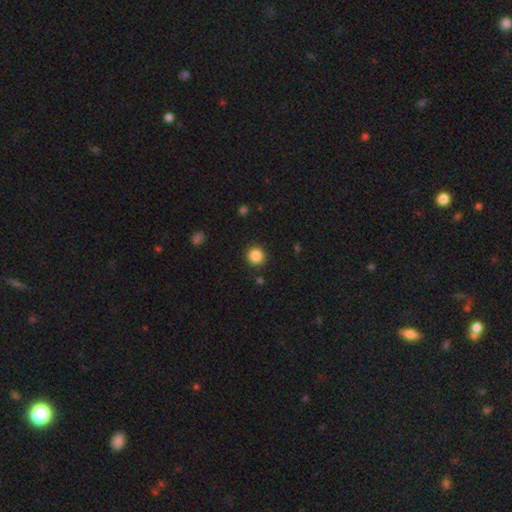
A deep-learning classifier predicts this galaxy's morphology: Smooth or featured? smooth (86%)
How rounded? round (92%)
Merging? none (90%)